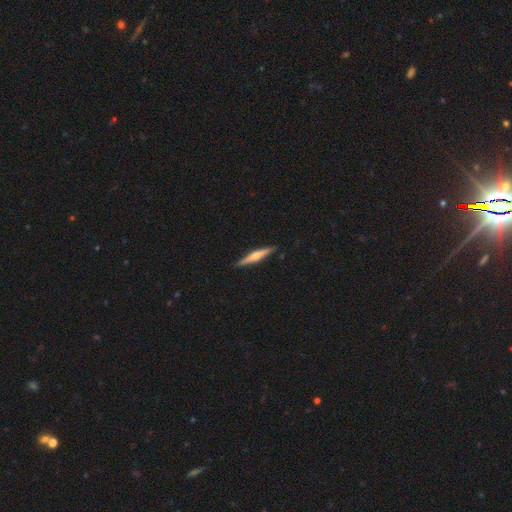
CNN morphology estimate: A featured or disk galaxy (60%) viewed edge-on (97%) with a rounded central bulge (79%).

Vote fractions:
- Smooth or featured? featured or disk: 60% / smooth: 35% / star or artifact: 5%
- Edge-on disk? yes: 97% / no: 3%
- Edge-on bulge? rounded: 79% / none: 12% / boxy: 10%
- Merging? none: 91% / minor disturbance: 7% / major disturbance: 1% / merger: 1%